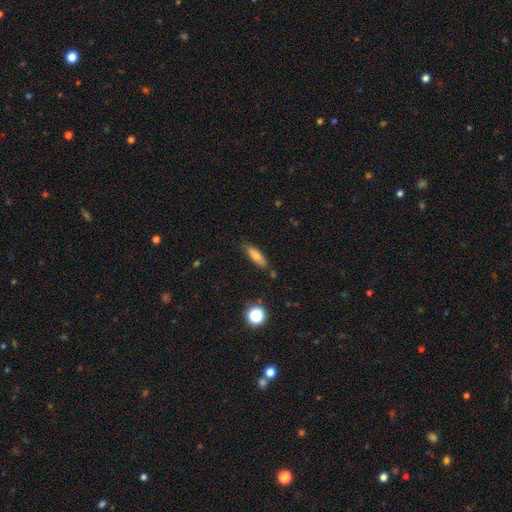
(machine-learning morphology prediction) type=smooth (72%); roundness=cigar-shaped (49%); merging=none (77%).